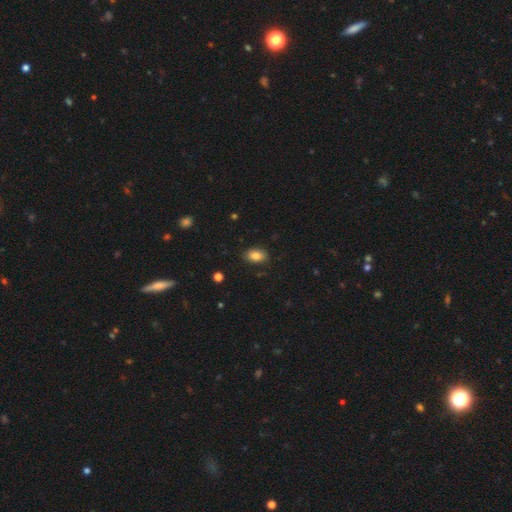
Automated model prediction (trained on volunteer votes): Smooth or featured? Predicted: smooth (p=0.86). How rounded? Predicted: in between (p=0.88). Merging? Predicted: none (p=0.86).